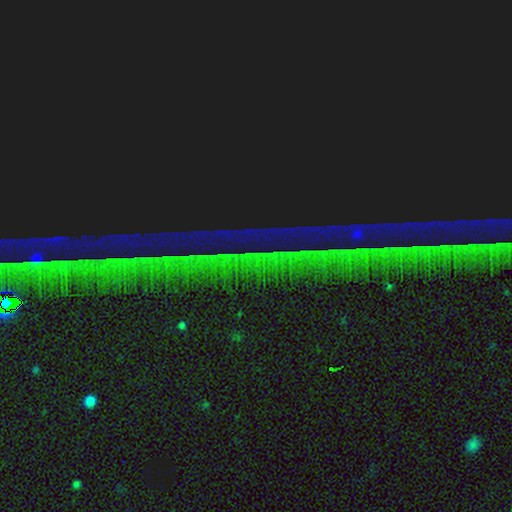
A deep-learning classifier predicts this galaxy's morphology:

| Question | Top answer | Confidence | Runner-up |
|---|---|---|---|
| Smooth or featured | star or artifact | 89% | featured or disk (6%) |